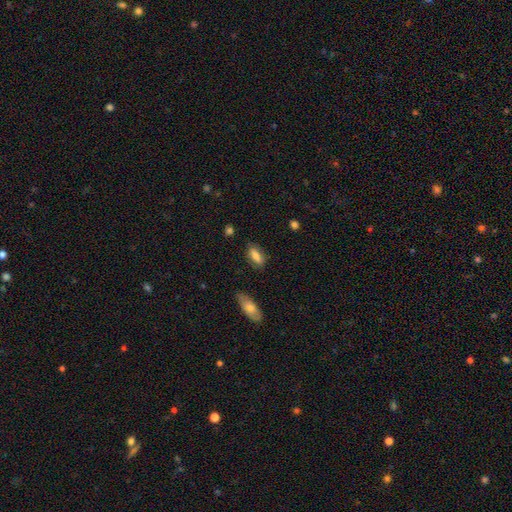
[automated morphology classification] smooth_or_featured: smooth (p=0.76) [alt: featured or disk p=0.17]
how_rounded: in between (p=0.81) [alt: cigar-shaped p=0.15]
merging: none (p=0.79) [alt: minor disturbance p=0.15]